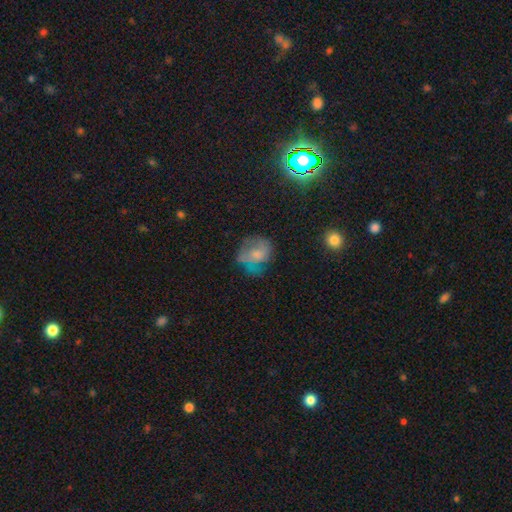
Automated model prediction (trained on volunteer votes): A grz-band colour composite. It shows a smooth galaxy with no disk features (46%). Merging: none (50%).